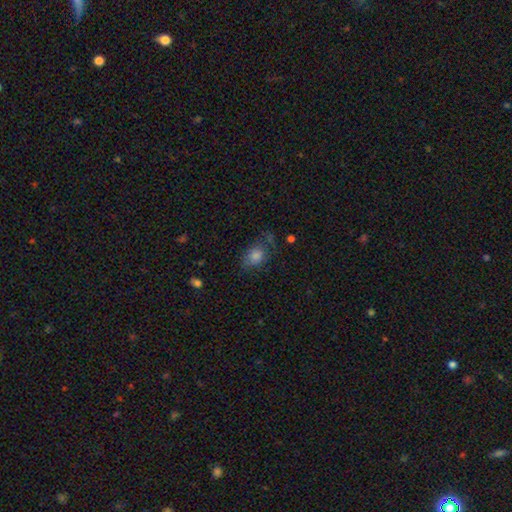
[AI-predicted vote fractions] Smooth or featured? smooth (77%)
How rounded? in between (65%)
Merging? none (59%)